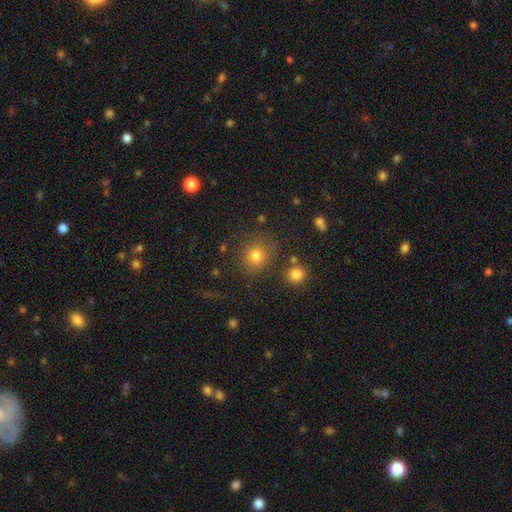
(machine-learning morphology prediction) A smooth galaxy with no disk features (76%) that is round (87%). Merging: none (80%).